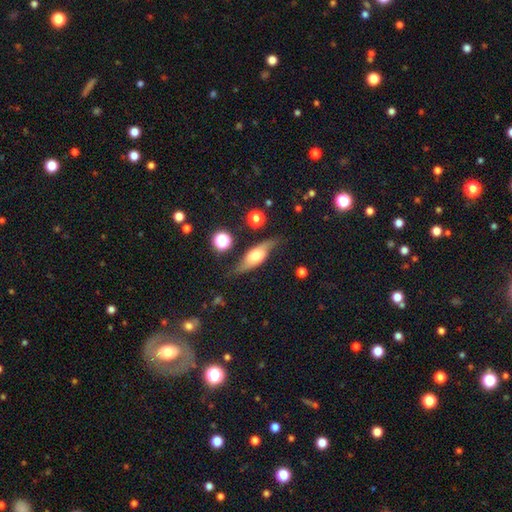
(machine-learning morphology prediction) featured or disk 53%, smooth 39%, star or artifact 8%. Down the decision tree: edge-on disk — yes (51%); merging — none (67%).